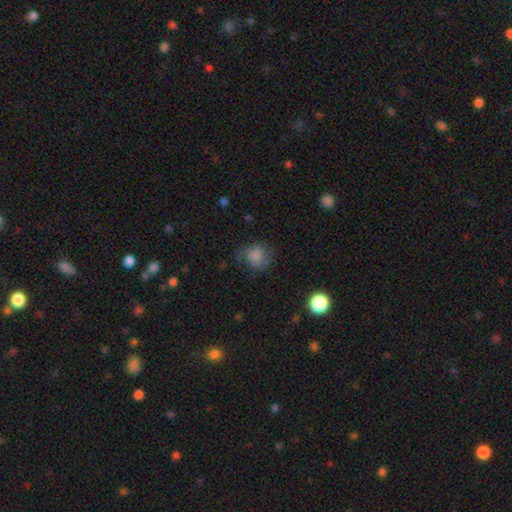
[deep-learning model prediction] smooth-or-featured: smooth: 76% | featured or disk: 15% | star or artifact: 10%
  how-rounded: round: 78% | in between: 21% | cigar-shaped: 1%
  merging: none: 61% | minor disturbance: 26% | major disturbance: 11% | merger: 2%